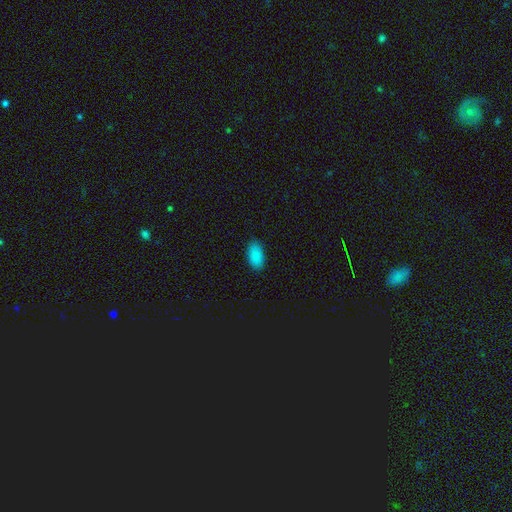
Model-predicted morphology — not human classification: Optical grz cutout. It shows a smooth galaxy with no disk features (89%) that is in between round and cigar-shaped (94%). Merging: none (87%).